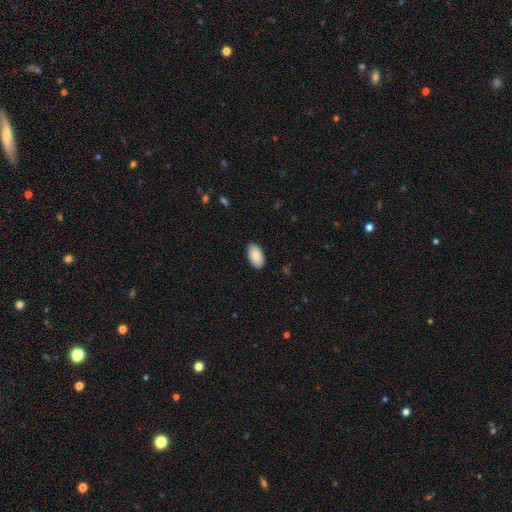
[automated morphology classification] type=smooth (88%); roundness=in between (96%); merging=none (88%).